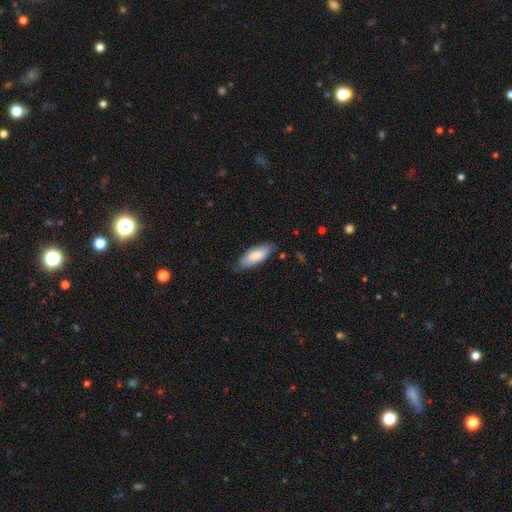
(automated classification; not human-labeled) This appears to be a smooth galaxy with no disk features (84%) that is in between round and cigar-shaped (78%). Merging: none (76%).